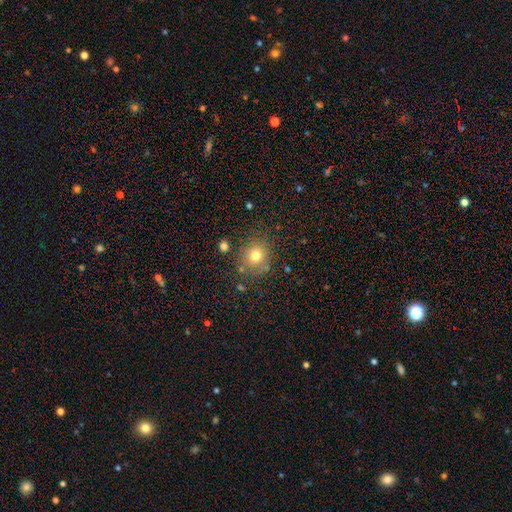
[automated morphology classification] smooth 75%, star or artifact 14%, featured or disk 11%. Down the decision tree: how rounded — round (82%); merging — none (76%).